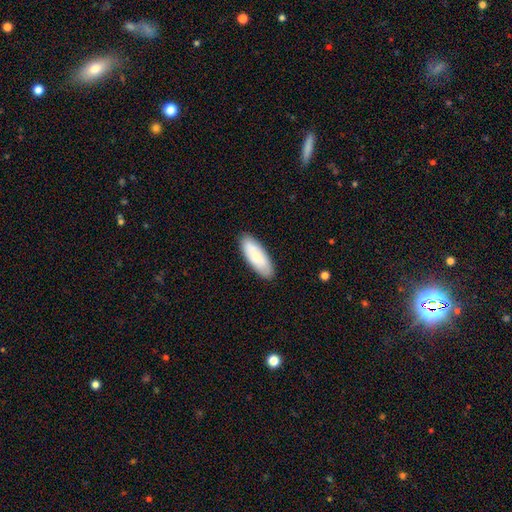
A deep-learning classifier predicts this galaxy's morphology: Smooth or featured? Predicted: smooth (p=0.81). How rounded? Predicted: in between (p=0.70). Merging? Predicted: none (p=0.87).